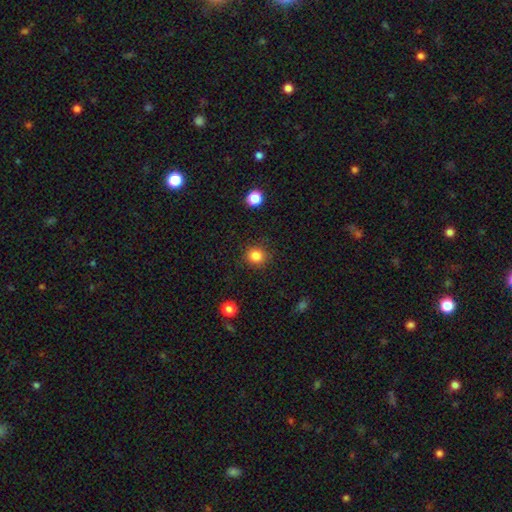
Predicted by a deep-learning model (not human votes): A smooth galaxy with no disk features (85%) that is round (89%). Merging: none (89%).